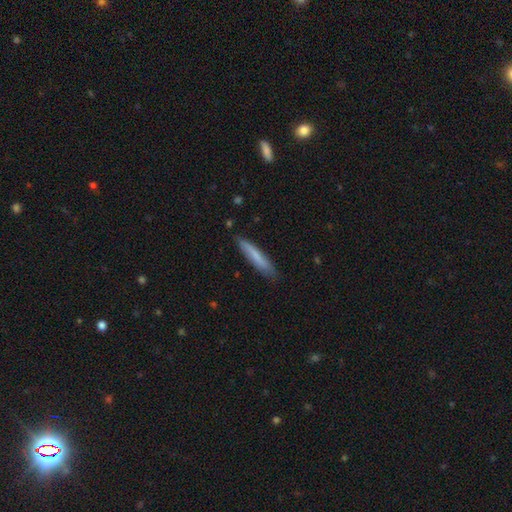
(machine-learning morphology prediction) A smooth galaxy with no disk features (70%) that is cigar-shaped (90%).

Vote fractions:
- Smooth or featured? smooth: 70% / featured or disk: 24% / star or artifact: 6%
- How rounded? cigar-shaped: 90% / in between: 9% / round: 1%
- Merging? none: 82% / minor disturbance: 14% / major disturbance: 2% / merger: 2%